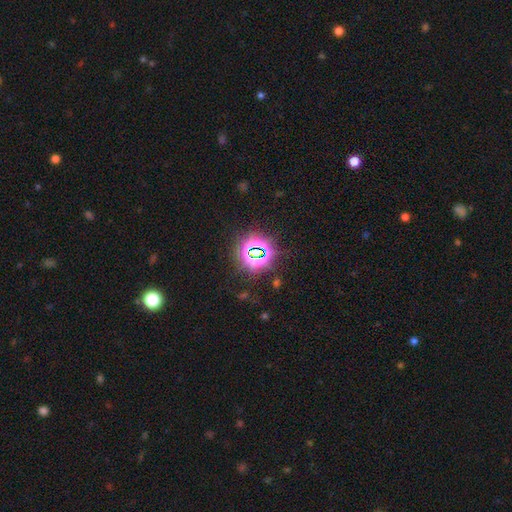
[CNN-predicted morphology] Q: Smooth or featured?
A: star or artifact (76%); runner-up: smooth (15%)